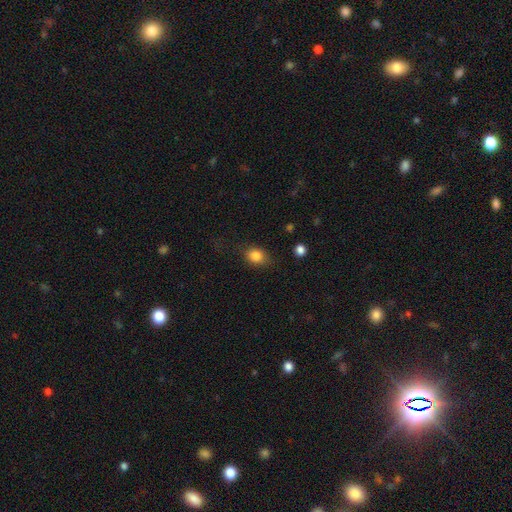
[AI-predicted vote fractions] Overall: smooth (83%). How rounded: in between (59%; round 39%). Merging: none (72%).